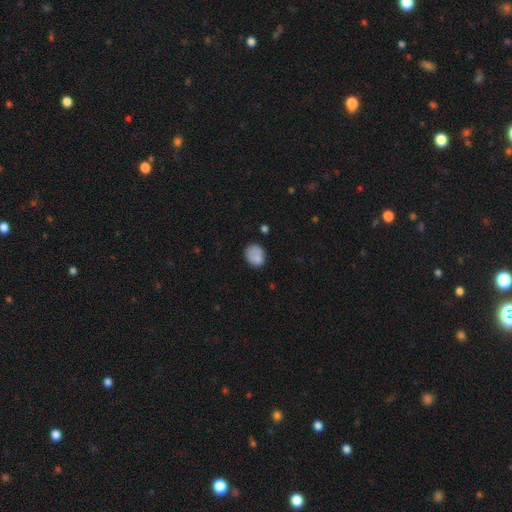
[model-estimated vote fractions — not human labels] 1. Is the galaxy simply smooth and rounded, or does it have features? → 81% smooth, 9% featured or disk, 9% star or artifact.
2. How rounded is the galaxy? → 50% in between, 49% round, 1% cigar-shaped.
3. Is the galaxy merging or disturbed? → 65% none, 24% minor disturbance, 8% major disturbance, 4% merger.